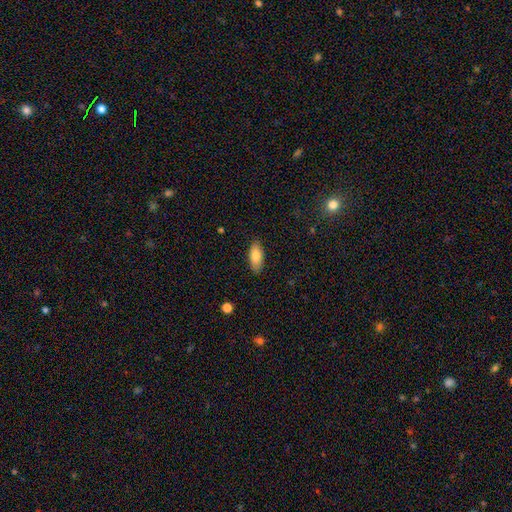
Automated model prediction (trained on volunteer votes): smooth 82%, featured or disk 11%, star or artifact 6%. Down the decision tree: how rounded — in between (85%); merging — none (87%).